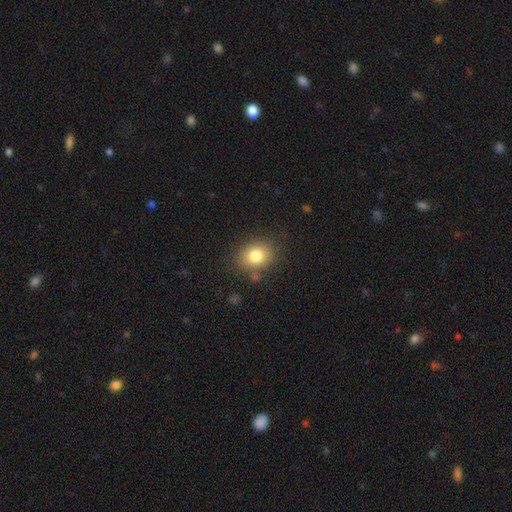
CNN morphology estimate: This appears to be a smooth galaxy with no disk features (79%) that is round (51%). Merging: none (80%).